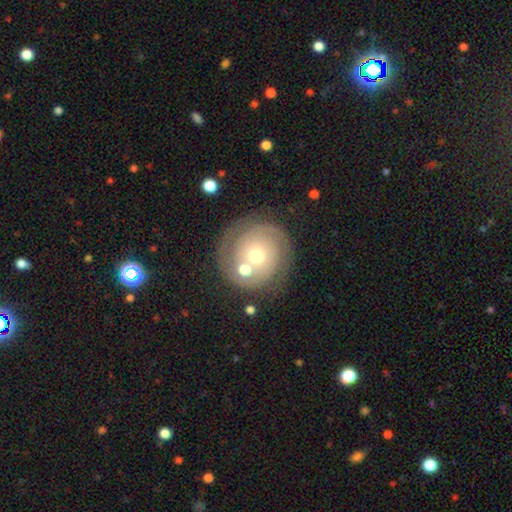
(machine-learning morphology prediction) featured or disk 67%, smooth 25%, star or artifact 8%. Down the decision tree: edge-on disk — no (97%); bar — no (82%); spiral arms — yes (78%); spiral arm count — 2 (66%); spiral winding — tight (63%); bulge size — moderate (63%); merging — none (62%).